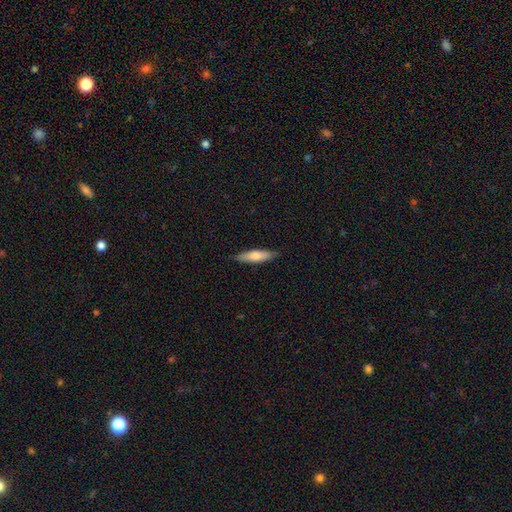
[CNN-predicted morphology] Q: Smooth or featured?
A: smooth (69%); runner-up: featured or disk (26%)
Q: How rounded?
A: cigar-shaped (69%); runner-up: in between (29%)
Q: Merging?
A: none (87%); runner-up: minor disturbance (10%)